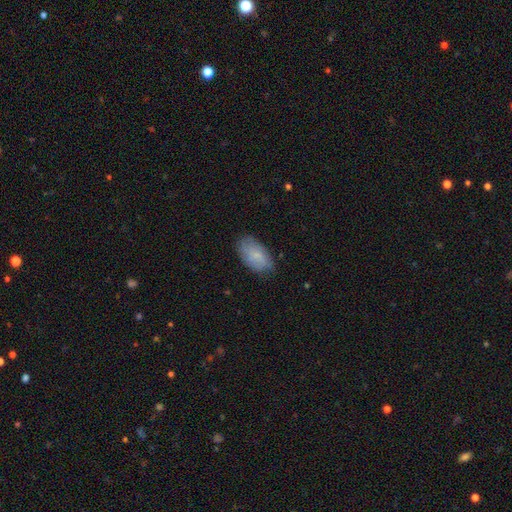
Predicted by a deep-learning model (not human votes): Smooth or featured?
  - smooth: 71% *
  - featured or disk: 22%
  - star or artifact: 7%
How rounded?
  - in between: 94% *
  - round: 4%
  - cigar-shaped: 2%
Merging?
  - none: 74% *
  - minor disturbance: 20%
  - major disturbance: 4%
  - merger: 1%